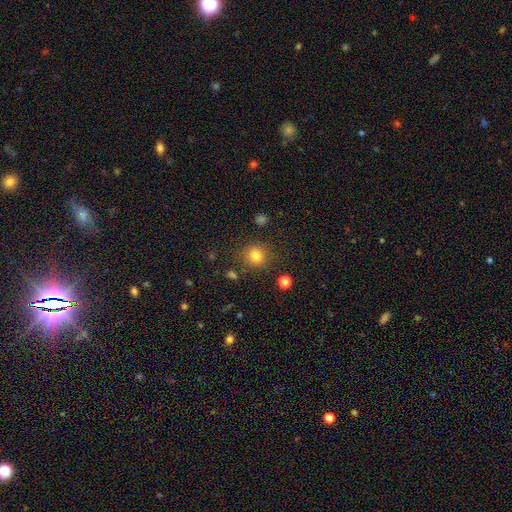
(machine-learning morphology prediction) Smooth or featured?
  - smooth: 81% *
  - star or artifact: 13%
  - featured or disk: 6%
How rounded?
  - round: 87% *
  - in between: 12%
  - cigar-shaped: 1%
Merging?
  - none: 85% *
  - minor disturbance: 9%
  - major disturbance: 4%
  - merger: 3%